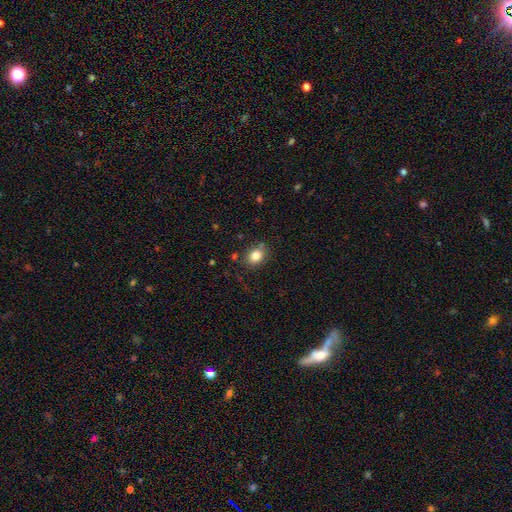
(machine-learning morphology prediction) Overall: smooth (82%). How rounded: in between (61%; round 38%). Merging: none (78%).